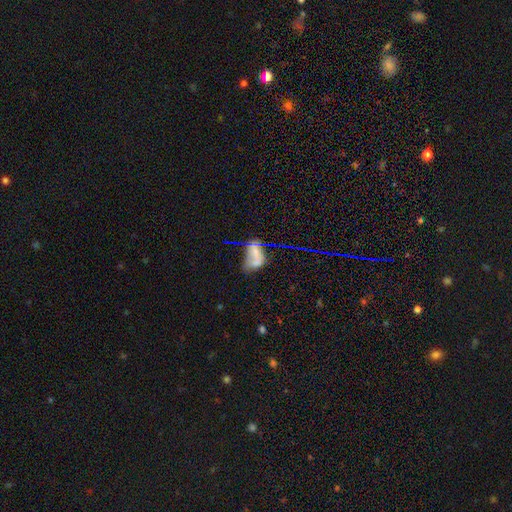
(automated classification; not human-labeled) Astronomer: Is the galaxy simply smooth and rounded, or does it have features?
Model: smooth — 45% (runner-up: featured or disk, 32%).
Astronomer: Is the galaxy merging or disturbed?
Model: none — 30% (runner-up: major disturbance, 28%).